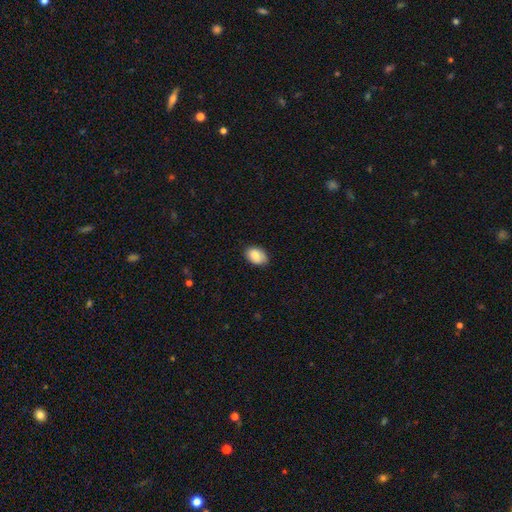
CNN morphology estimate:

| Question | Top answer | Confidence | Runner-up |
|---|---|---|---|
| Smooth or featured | smooth | 85% | featured or disk (8%) |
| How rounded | in between | 87% | round (12%) |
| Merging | none | 82% | minor disturbance (14%) |